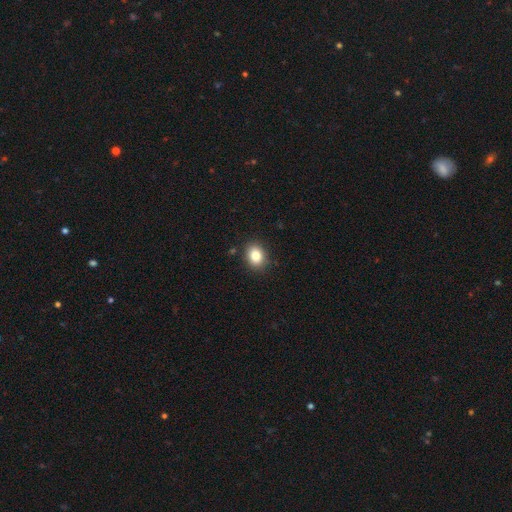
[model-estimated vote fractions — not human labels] Smooth or featured: smooth — 83% (star or artifact — 10%)
How rounded: in between — 52% (round — 47%)
Merging: none — 88% (minor disturbance — 9%)